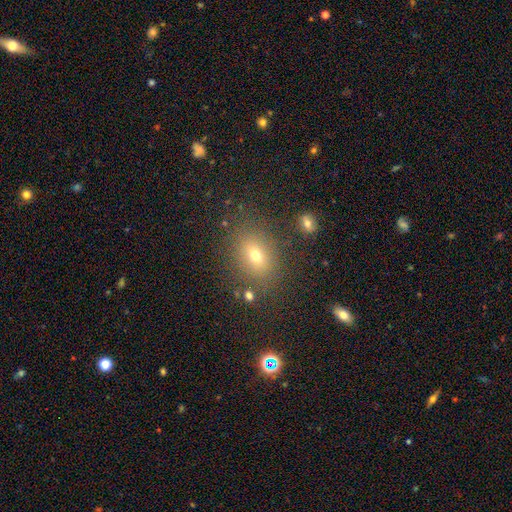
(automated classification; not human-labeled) Morphology: type=smooth (67%); roundness=in between (63%); merging=none (81%).